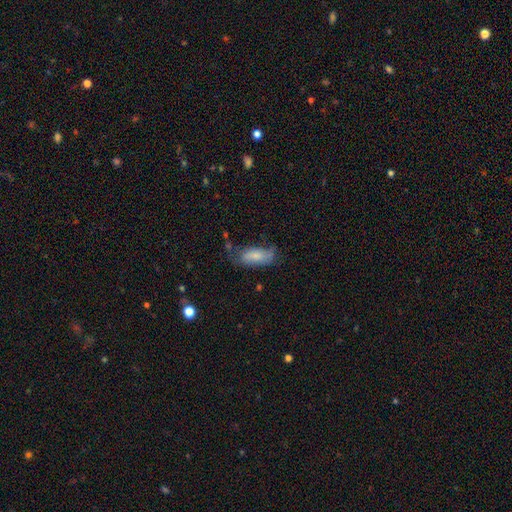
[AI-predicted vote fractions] smooth-or-featured: smooth: 71% | featured or disk: 22% | star or artifact: 7%
  how-rounded: in between: 83% | cigar-shaped: 15% | round: 2%
  merging: none: 48% | minor disturbance: 33% | major disturbance: 14% | merger: 5%